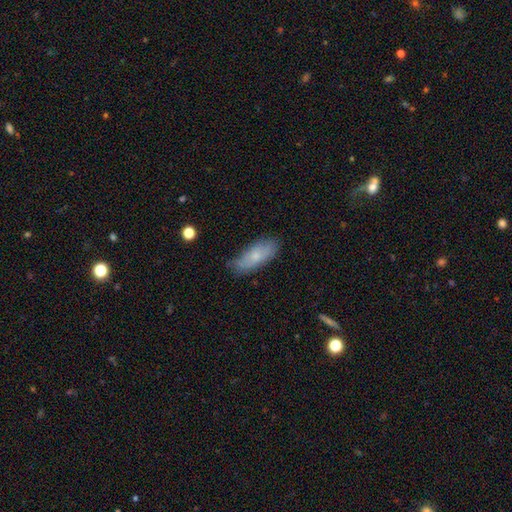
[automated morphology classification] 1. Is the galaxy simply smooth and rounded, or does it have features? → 69% smooth, 24% featured or disk, 7% star or artifact.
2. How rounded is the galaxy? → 74% in between, 23% cigar-shaped, 3% round.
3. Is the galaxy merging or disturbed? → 67% none, 26% minor disturbance, 5% major disturbance, 2% merger.